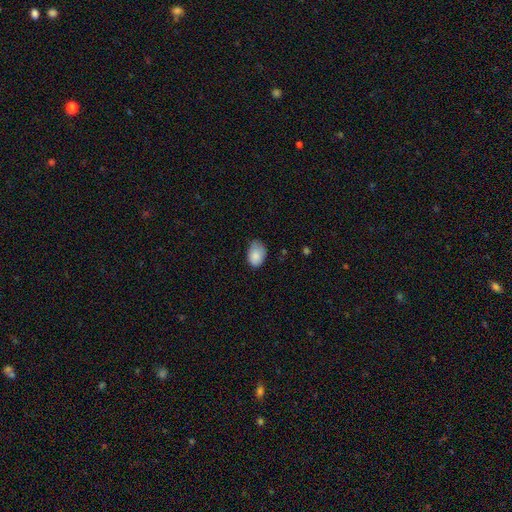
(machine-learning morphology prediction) Q: Smooth or featured?
A: smooth (85%); runner-up: featured or disk (8%)
Q: How rounded?
A: in between (82%); runner-up: round (17%)
Q: Merging?
A: none (55%); runner-up: minor disturbance (37%)